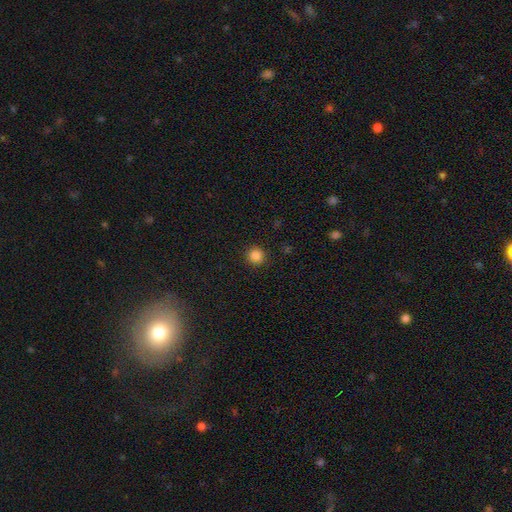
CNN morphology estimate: smooth 85%, star or artifact 11%, featured or disk 3%. Down the decision tree: how rounded — round (93%); merging — none (92%).